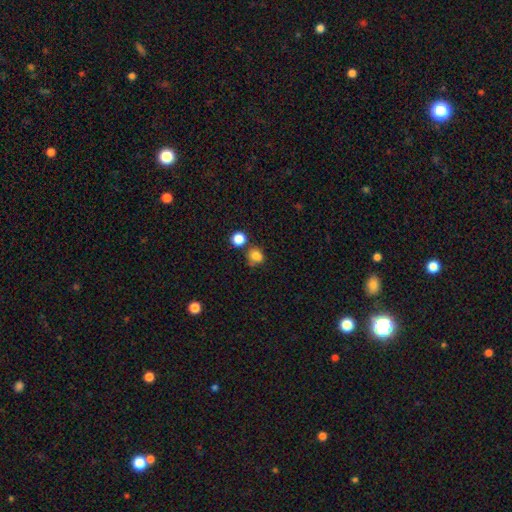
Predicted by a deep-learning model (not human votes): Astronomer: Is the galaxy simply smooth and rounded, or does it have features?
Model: smooth — 79%.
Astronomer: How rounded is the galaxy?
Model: round — 78%.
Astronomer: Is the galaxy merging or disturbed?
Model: none — 64%.